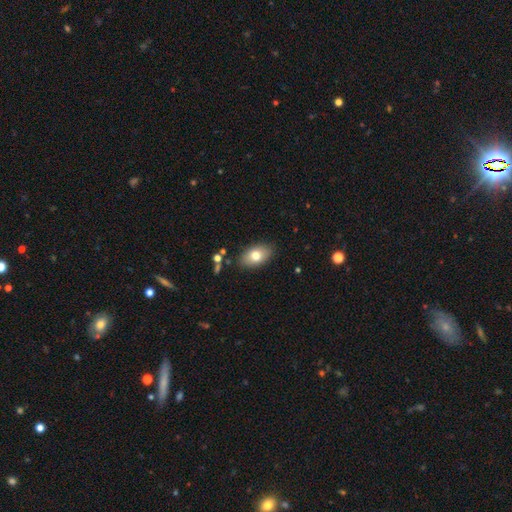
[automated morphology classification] Smooth or featured? smooth (76%)
How rounded? in between (90%)
Merging? none (85%)